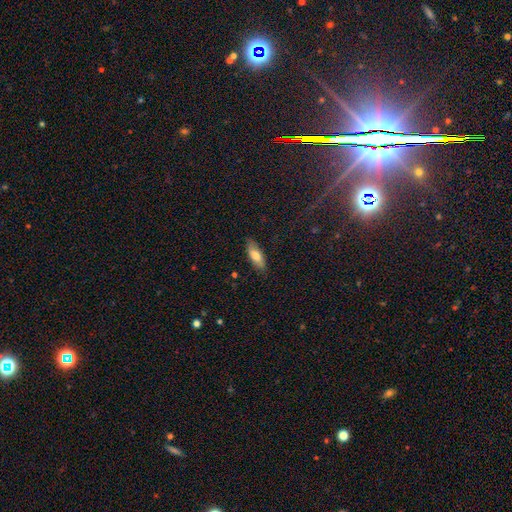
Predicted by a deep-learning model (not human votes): Smooth or featured? Predicted: smooth (p=0.72). How rounded? Predicted: in between (p=0.66). Merging? Predicted: none (p=0.86).